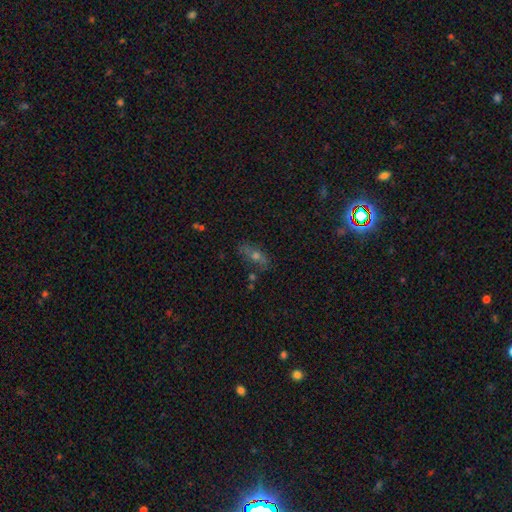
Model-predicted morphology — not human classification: smooth_or_featured: smooth (p=0.37) [alt: featured or disk p=0.36]
merging: none (p=0.72) [alt: minor disturbance p=0.16]